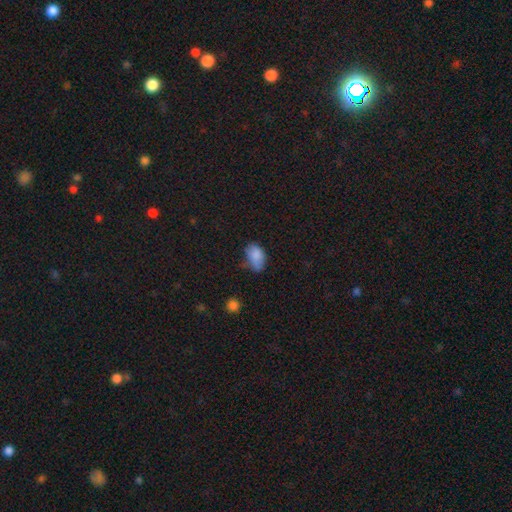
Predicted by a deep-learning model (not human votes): smooth_or_featured: smooth (p=0.83) [alt: star or artifact p=0.09]
how_rounded: in between (p=0.86) [alt: round p=0.13]
merging: none (p=0.42) [alt: minor disturbance p=0.41]